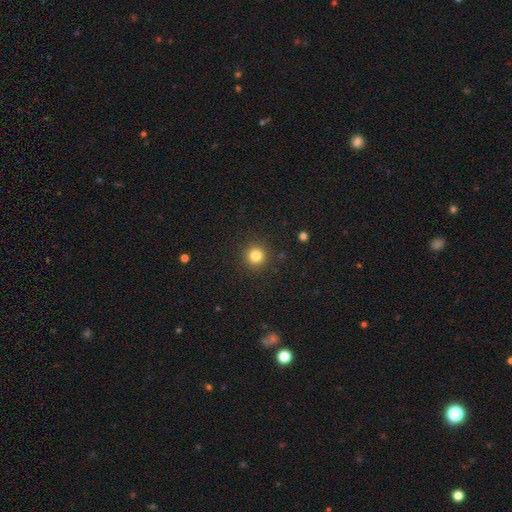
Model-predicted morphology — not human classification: Smooth or featured? Predicted: smooth (p=0.82). How rounded? Predicted: round (p=0.95). Merging? Predicted: none (p=0.92).